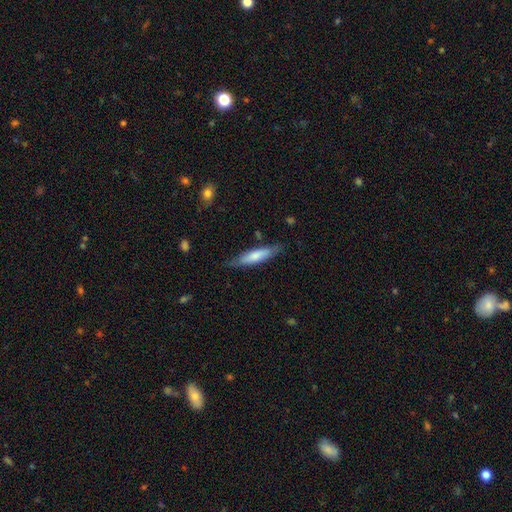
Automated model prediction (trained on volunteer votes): smooth 67%, featured or disk 27%, star or artifact 5%. Down the decision tree: how rounded — cigar-shaped (76%); merging — none (77%).